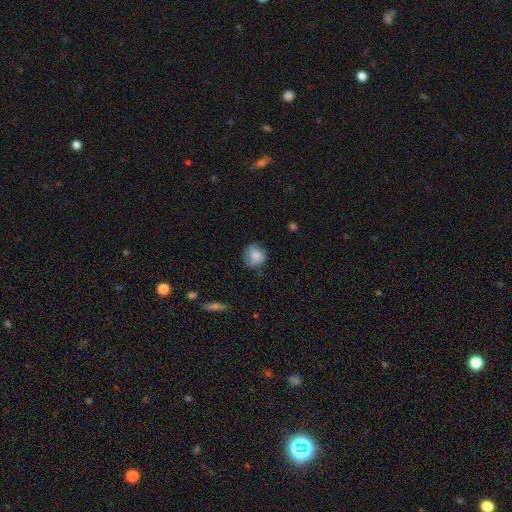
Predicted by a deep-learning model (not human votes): Q: Smooth or featured?
A: smooth (77%); runner-up: featured or disk (15%)
Q: How rounded?
A: round (77%); runner-up: in between (22%)
Q: Merging?
A: none (61%); runner-up: minor disturbance (28%)